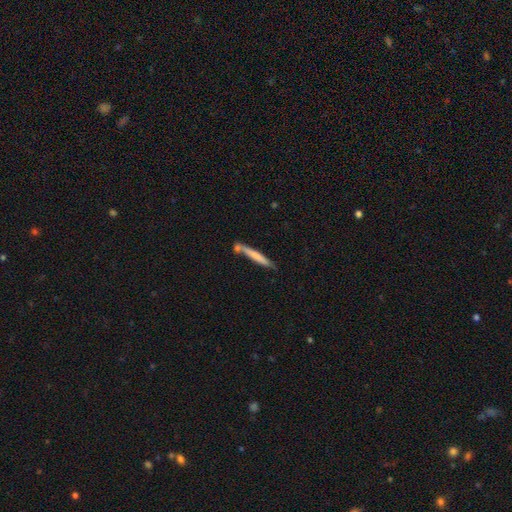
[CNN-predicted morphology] Smooth or featured: smooth — 65% (featured or disk — 29%)
How rounded: cigar-shaped — 95% (in between — 4%)
Merging: none — 63% (merger — 18%)